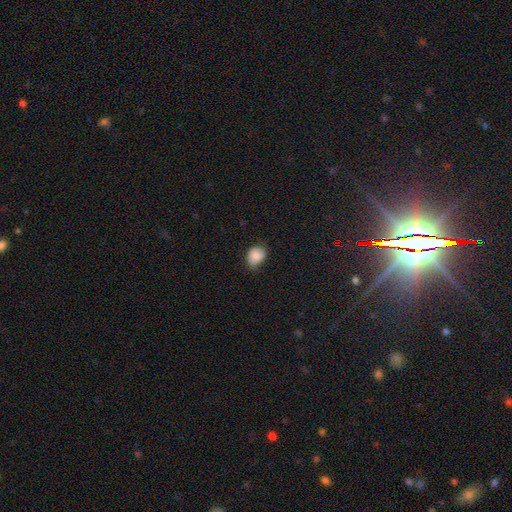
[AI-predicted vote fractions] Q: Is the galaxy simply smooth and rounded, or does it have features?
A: smooth — 83%.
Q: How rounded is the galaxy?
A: in between — 53%.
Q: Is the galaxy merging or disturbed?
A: none — 60%.